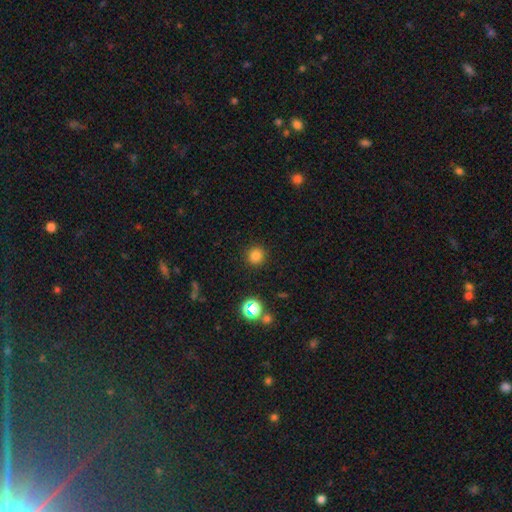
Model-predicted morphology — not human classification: Q: Smooth or featured?
A: smooth (79%); runner-up: star or artifact (16%)
Q: How rounded?
A: round (93%); runner-up: in between (6%)
Q: Merging?
A: none (91%); runner-up: minor disturbance (6%)